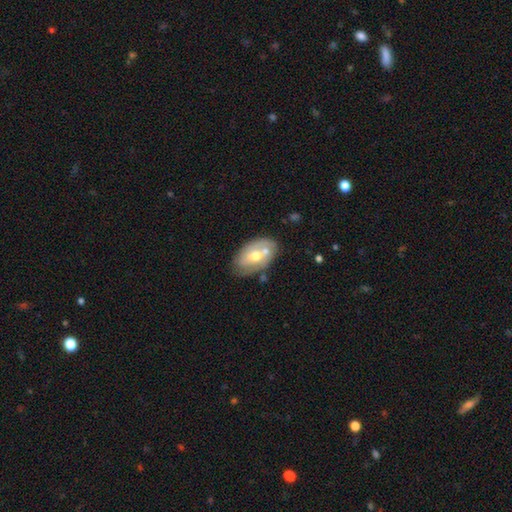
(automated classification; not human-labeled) A featured or disk galaxy (50%).

Vote fractions:
- Smooth or featured? featured or disk: 50% / smooth: 44% / star or artifact: 6%
- Merging? none: 52% / merger: 21% / minor disturbance: 21% / major disturbance: 6%